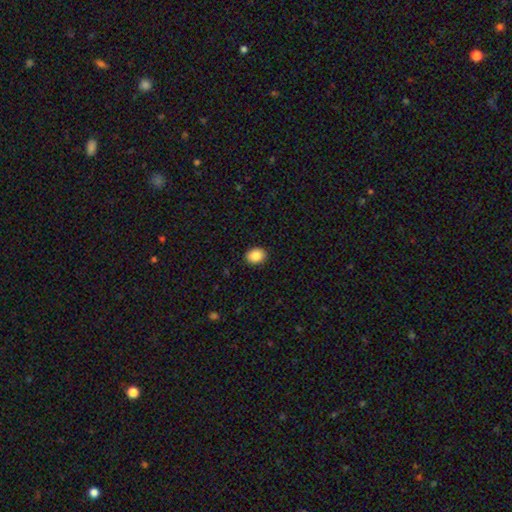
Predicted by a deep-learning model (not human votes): Smooth or featured?
  - smooth: 89% *
  - star or artifact: 8%
  - featured or disk: 4%
How rounded?
  - in between: 60% *
  - round: 39%
  - cigar-shaped: 1%
Merging?
  - none: 90% *
  - minor disturbance: 7%
  - major disturbance: 2%
  - merger: 1%